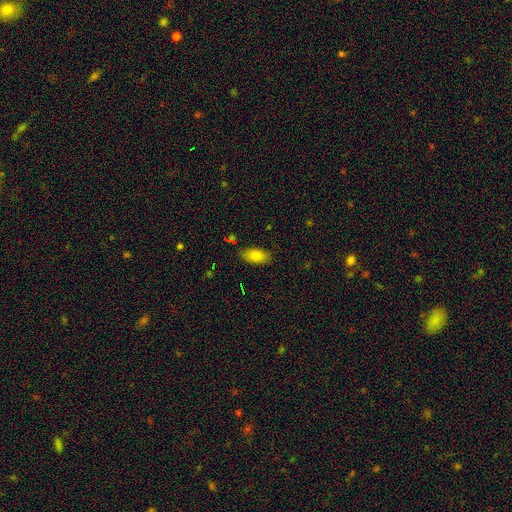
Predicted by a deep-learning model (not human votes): smooth-or-featured: smooth: 84% | star or artifact: 9% | featured or disk: 8%
  how-rounded: in between: 91% | cigar-shaped: 5% | round: 4%
  merging: none: 83% | minor disturbance: 12% | major disturbance: 3% | merger: 2%